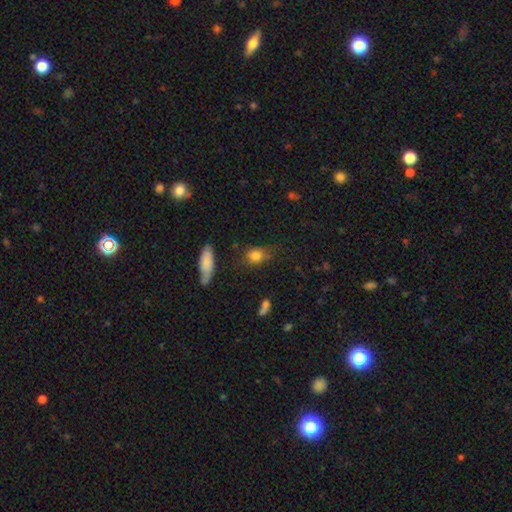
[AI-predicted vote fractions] This appears to be a smooth galaxy with no disk features (80%) that is in between round and cigar-shaped (61%). Merging: none (62%).